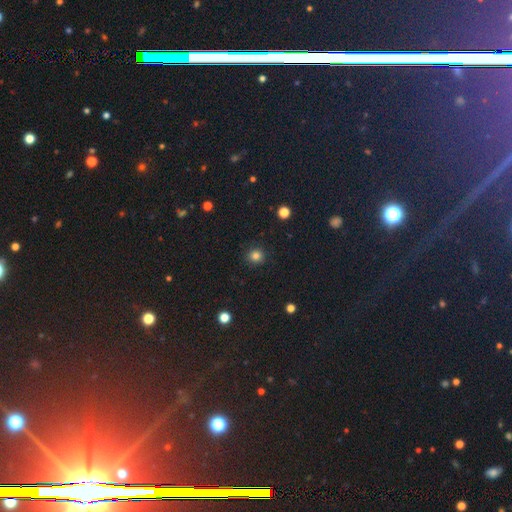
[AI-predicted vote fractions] Overall: smooth (83%). How rounded: round (90%). Merging: none (91%).